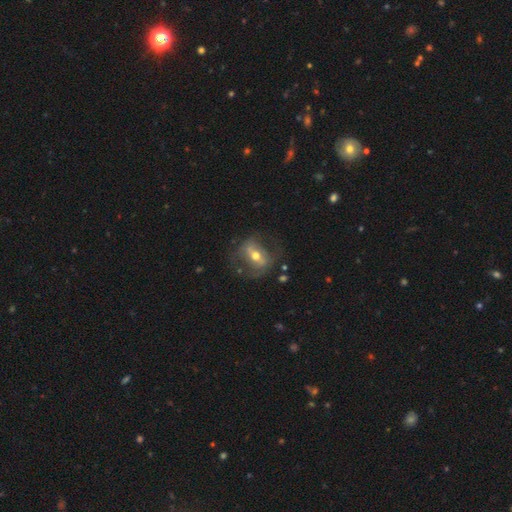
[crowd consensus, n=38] A featured or disk galaxy (71%) with a strong bar (59%), 2 (93%) medium (43%, tied with loose) spiral arms (64%) and a moderate central bulge (73%).

Vote fractions:
- Smooth or featured? featured or disk: 71% / smooth: 18% / star or artifact: 11%
- Edge-on disk? no: 81% / yes: 19%
- Bar? strong: 59% / weak: 27% / no: 14%
- Spiral arms? yes: 64% / no: 36%
- Spiral winding? medium: 43% (tied) / loose: 43% (tied) / tight: 14%
- Spiral arm count? 2: 93% / can't tell: 7% / 1: 0% / 3: 0% / 4: 0% / more than 4: 0%
- Bulge size? moderate: 73% / large: 14% / small: 14% / dominant: 0% / none: 0%
- Merging? none: 56% / major disturbance: 24% / minor disturbance: 21% / merger: 0%